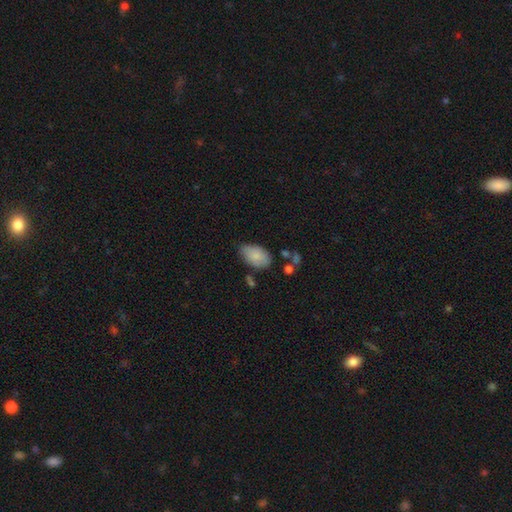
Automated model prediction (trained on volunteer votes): Smooth or featured?
  - smooth: 83% *
  - featured or disk: 10%
  - star or artifact: 7%
How rounded?
  - in between: 93% *
  - round: 6%
  - cigar-shaped: 2%
Merging?
  - none: 64% *
  - minor disturbance: 26%
  - major disturbance: 5%
  - merger: 4%